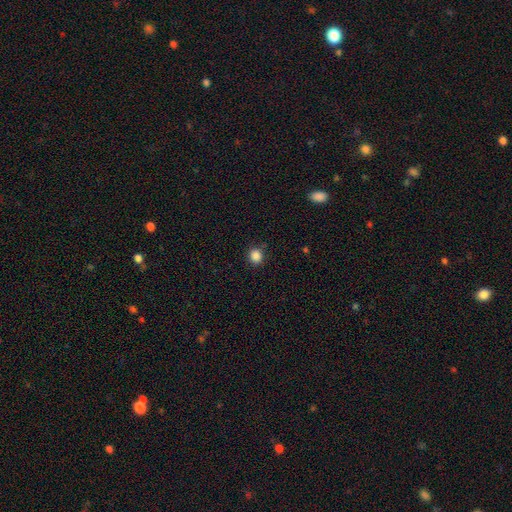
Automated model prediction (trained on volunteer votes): Smooth or featured? Predicted: smooth (p=0.86). How rounded? Predicted: round (p=0.81). Merging? Predicted: none (p=0.87).